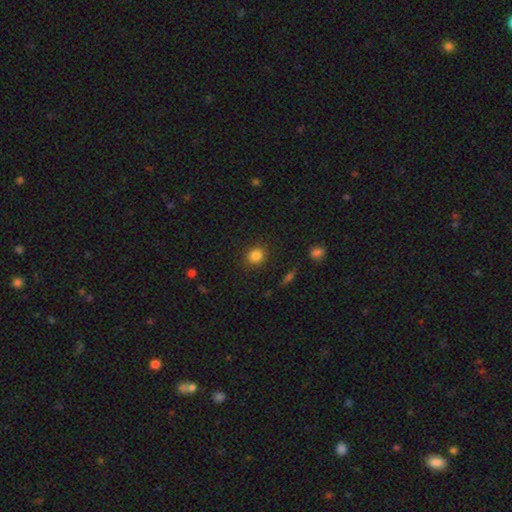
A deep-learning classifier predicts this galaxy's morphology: type=smooth (84%); roundness=round (74%); merging=none (87%).